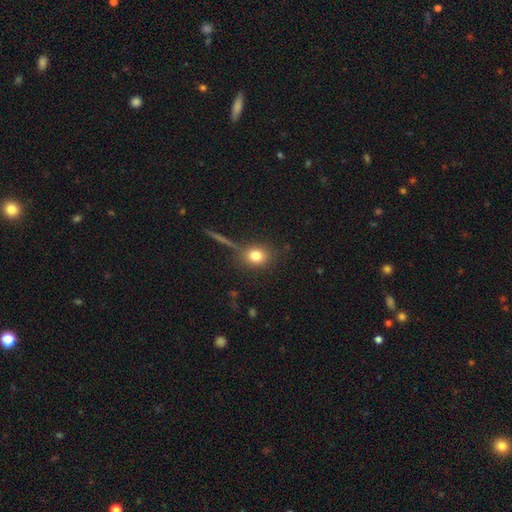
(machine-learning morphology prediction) Q: Smooth or featured?
A: smooth (79%); runner-up: star or artifact (11%)
Q: How rounded?
A: round (64%); runner-up: in between (34%)
Q: Merging?
A: none (77%); runner-up: minor disturbance (12%)